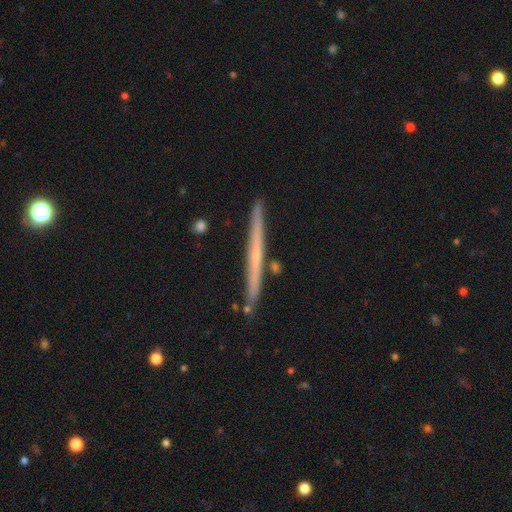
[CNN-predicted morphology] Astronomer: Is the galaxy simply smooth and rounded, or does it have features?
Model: featured or disk — 60%.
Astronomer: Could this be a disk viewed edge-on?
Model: yes — 97%.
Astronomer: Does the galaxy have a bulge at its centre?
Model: none — 73%.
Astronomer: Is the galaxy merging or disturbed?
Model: none — 88%.